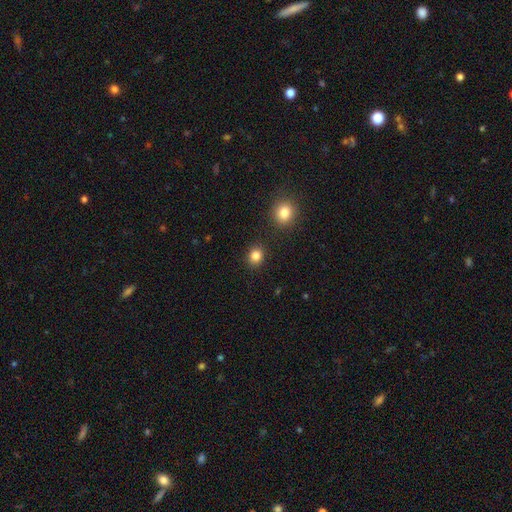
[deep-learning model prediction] This is clearly a smooth galaxy (84%). How rounded: likely round (71%). Merging: clearly none (88%).